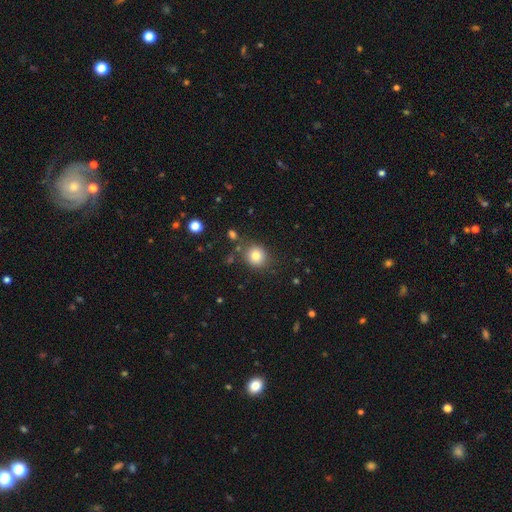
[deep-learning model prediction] A smooth galaxy with no disk features (81%) that is round (85%).

Vote fractions:
- Smooth or featured? smooth: 81% / star or artifact: 11% / featured or disk: 8%
- How rounded? round: 85% / in between: 14% / cigar-shaped: 1%
- Merging? none: 81% / minor disturbance: 11% / merger: 5% / major disturbance: 4%